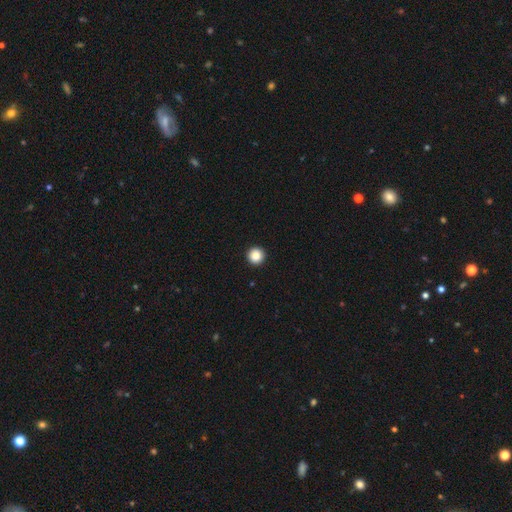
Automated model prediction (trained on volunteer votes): Smooth or featured? Predicted: smooth (p=0.87). How rounded? Predicted: round (p=0.97). Merging? Predicted: none (p=0.95).